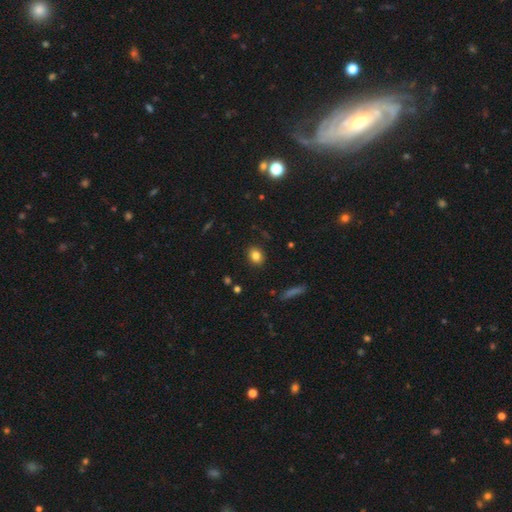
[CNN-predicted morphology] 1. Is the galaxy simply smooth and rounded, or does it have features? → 82% smooth, 11% star or artifact, 7% featured or disk.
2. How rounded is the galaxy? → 55% round, 43% in between, 2% cigar-shaped.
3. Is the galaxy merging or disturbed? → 88% none, 8% minor disturbance, 2% major disturbance, 1% merger.